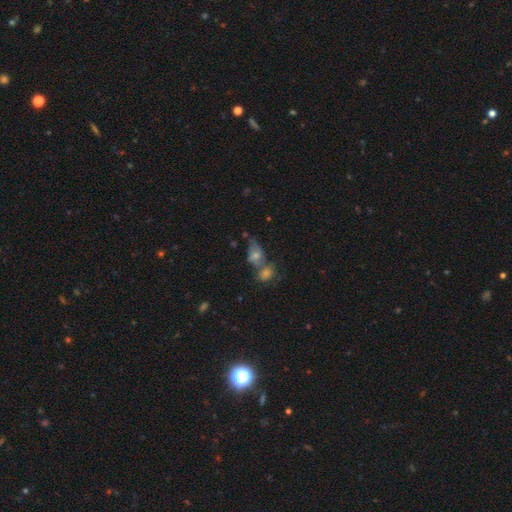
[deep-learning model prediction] Smooth or featured? Predicted: smooth (p=0.47). Merging? Predicted: merger (p=0.49).